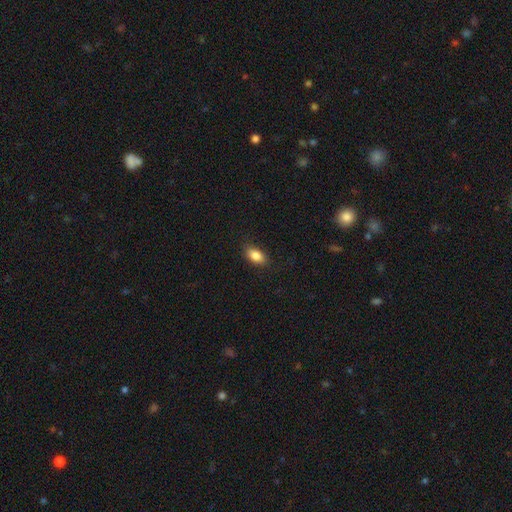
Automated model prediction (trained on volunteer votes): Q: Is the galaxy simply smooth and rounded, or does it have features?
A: smooth — 85%.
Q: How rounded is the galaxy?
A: in between — 88%.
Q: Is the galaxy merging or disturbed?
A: none — 86%.